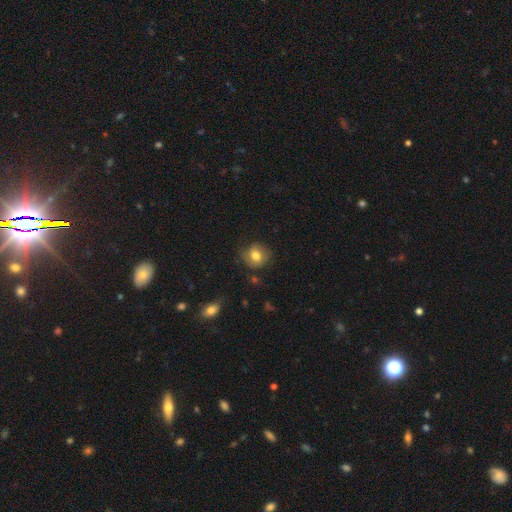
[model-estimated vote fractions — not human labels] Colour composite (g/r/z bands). It shows a smooth galaxy with no disk features (72%) that is round (77%). Merging: none (68%).